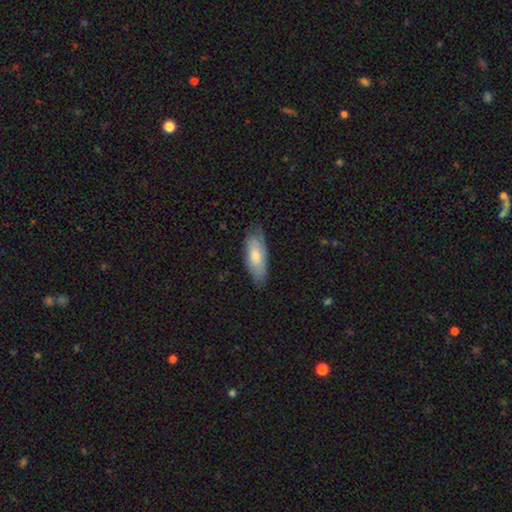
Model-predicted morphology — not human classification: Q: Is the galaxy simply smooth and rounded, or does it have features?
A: smooth — 70%.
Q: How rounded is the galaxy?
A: in between — 75%.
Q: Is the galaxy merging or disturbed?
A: none — 69%.